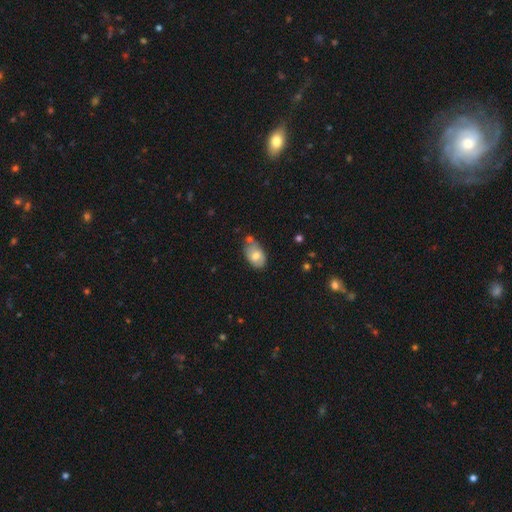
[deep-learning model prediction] The model was most divided on "merging": none: 50%, minor disturbance: 30%, merger: 14%, major disturbance: 6%. More confident: how rounded — in between (90%); smooth or featured — smooth (69%).